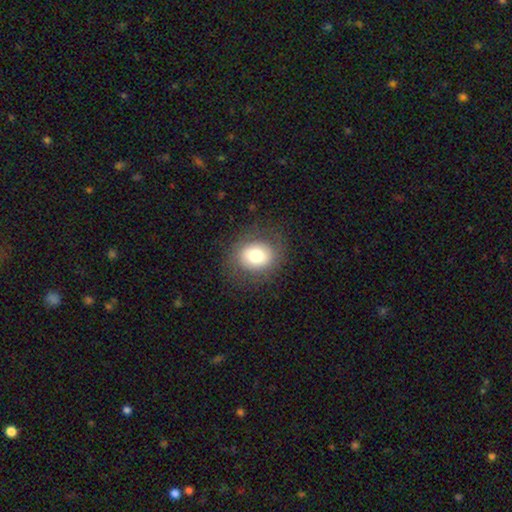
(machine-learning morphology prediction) smooth_or_featured: smooth (p=0.72) [alt: featured or disk p=0.18]
how_rounded: round (p=0.70) [alt: in between p=0.29]
merging: none (p=0.82) [alt: minor disturbance p=0.11]